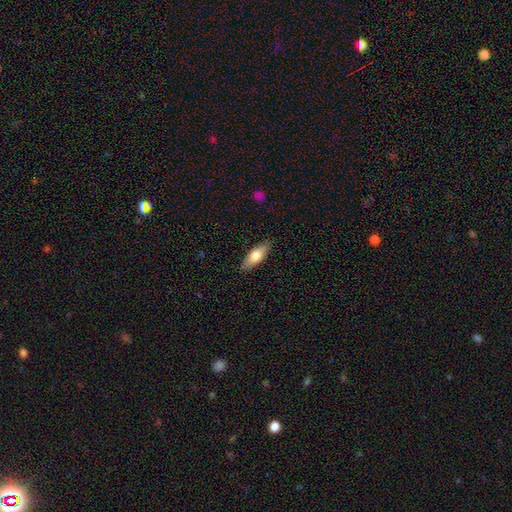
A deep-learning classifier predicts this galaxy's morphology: smooth_or_featured: smooth (p=0.67) [alt: featured or disk p=0.27]
how_rounded: in between (p=0.63) [alt: cigar-shaped p=0.35]
merging: none (p=0.87) [alt: minor disturbance p=0.10]